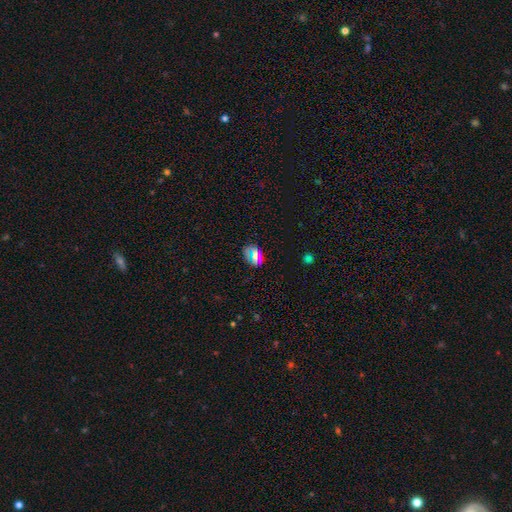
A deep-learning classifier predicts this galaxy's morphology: A smooth galaxy with no disk features (49%).

Vote fractions:
- Smooth or featured? smooth: 49% / star or artifact: 32% / featured or disk: 19%
- Merging? none: 83% / minor disturbance: 11% / major disturbance: 5% / merger: 2%